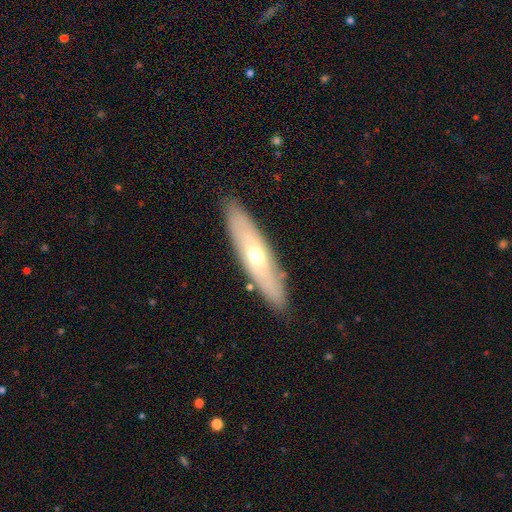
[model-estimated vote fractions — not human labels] This is possibly a featured or disk galaxy (49%). Merging: clearly none (86%).